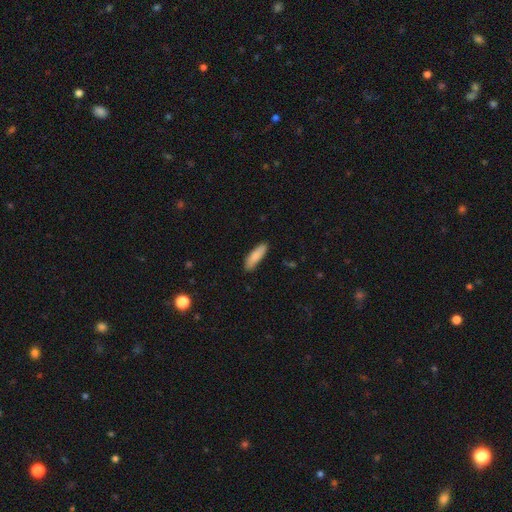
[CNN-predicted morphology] smooth-or-featured: smooth: 86% | featured or disk: 8% | star or artifact: 6%
  how-rounded: cigar-shaped: 55% | in between: 43% | round: 2%
  merging: none: 86% | minor disturbance: 11% | major disturbance: 2% | merger: 1%